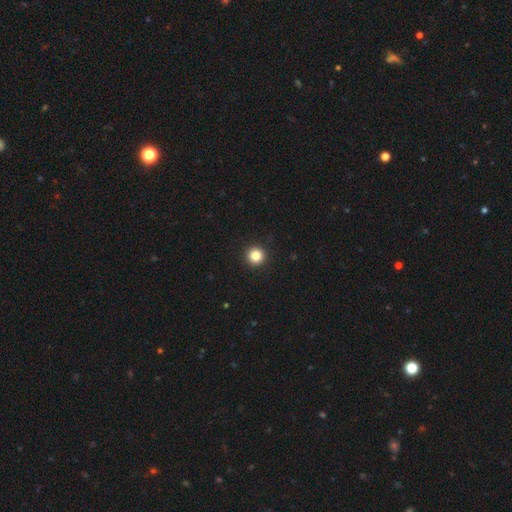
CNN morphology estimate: This is clearly a smooth galaxy (85%). How rounded: clearly round (96%). Merging: clearly none (94%).